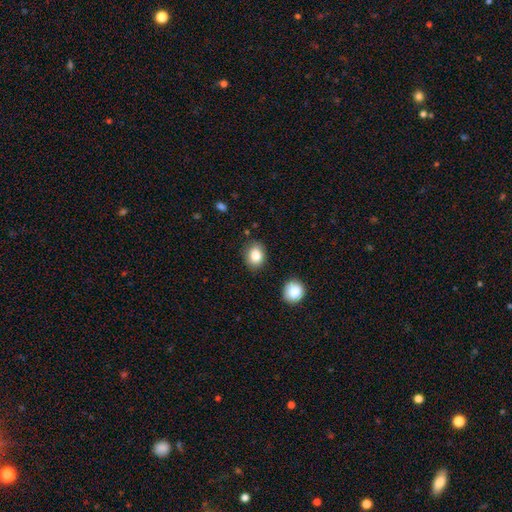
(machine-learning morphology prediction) Smooth or featured: smooth — 84% (star or artifact — 9%)
How rounded: in between — 54% (round — 45%)
Merging: none — 83% (minor disturbance — 12%)